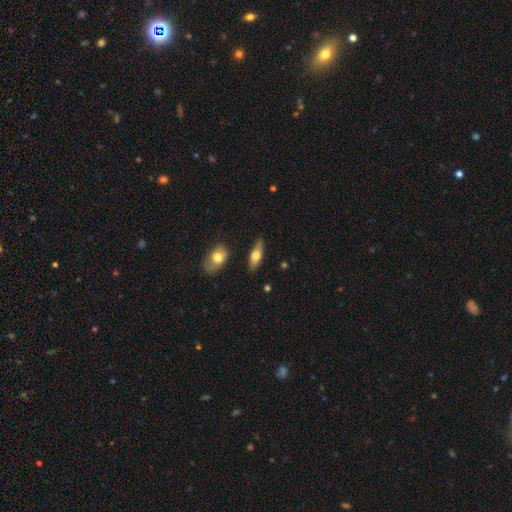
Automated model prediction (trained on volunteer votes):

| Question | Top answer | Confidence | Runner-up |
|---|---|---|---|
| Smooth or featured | smooth | 65% | featured or disk (29%) |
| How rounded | in between | 64% | cigar-shaped (33%) |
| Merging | none | 81% | minor disturbance (13%) |